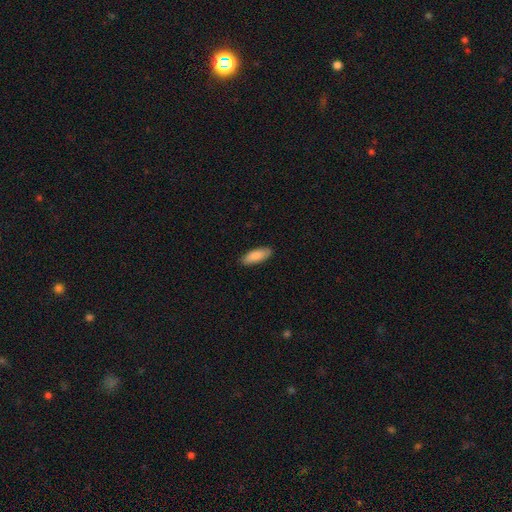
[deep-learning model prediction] A smooth galaxy with no disk features (86%) that is in between round and cigar-shaped (74%). Merging: none (88%).